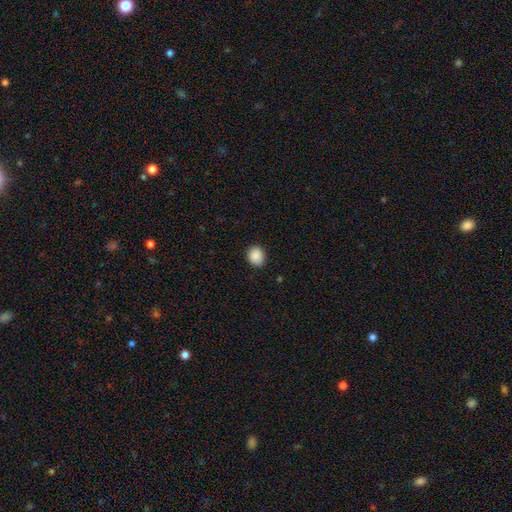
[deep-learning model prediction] smooth-or-featured: smooth: 89% | star or artifact: 8% | featured or disk: 2%
  how-rounded: round: 62% | in between: 37% | cigar-shaped: 1%
  merging: none: 89% | minor disturbance: 8% | major disturbance: 2% | merger: 1%